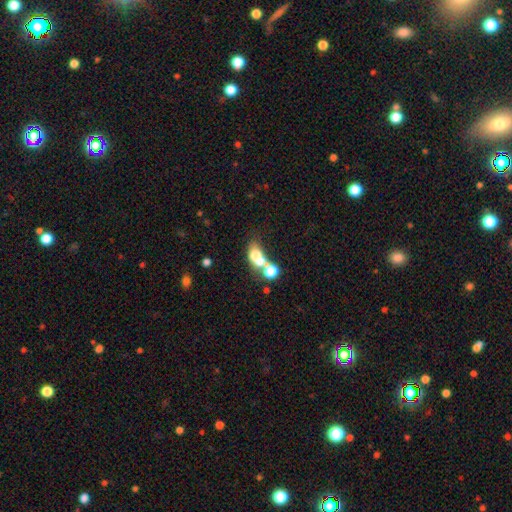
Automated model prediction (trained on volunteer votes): Smooth or featured: smooth — 59% (featured or disk — 25%)
How rounded: in between — 52% (round — 45%)
Merging: merger — 58% (none — 27%)